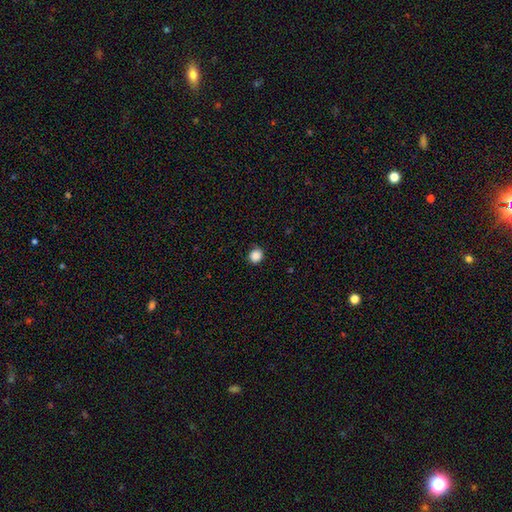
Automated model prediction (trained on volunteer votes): Smooth or featured?
  - smooth: 88% *
  - star or artifact: 10%
  - featured or disk: 3%
How rounded?
  - round: 86% *
  - in between: 13%
  - cigar-shaped: 1%
Merging?
  - none: 88% *
  - minor disturbance: 9%
  - major disturbance: 2%
  - merger: 1%